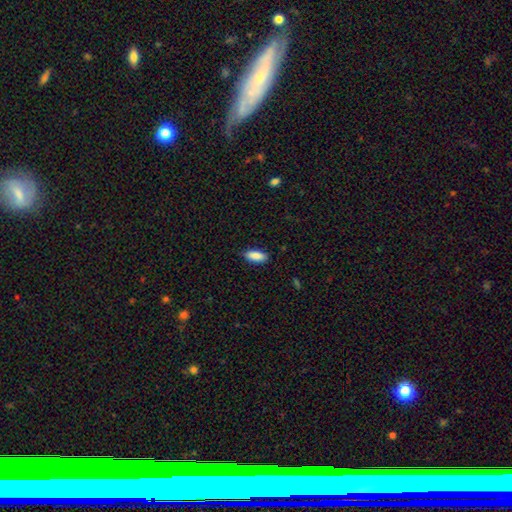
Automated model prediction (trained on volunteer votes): smooth-or-featured: smooth: 89% | star or artifact: 6% | featured or disk: 5%
  how-rounded: in between: 78% | cigar-shaped: 20% | round: 2%
  merging: none: 86% | minor disturbance: 11% | major disturbance: 2% | merger: 1%